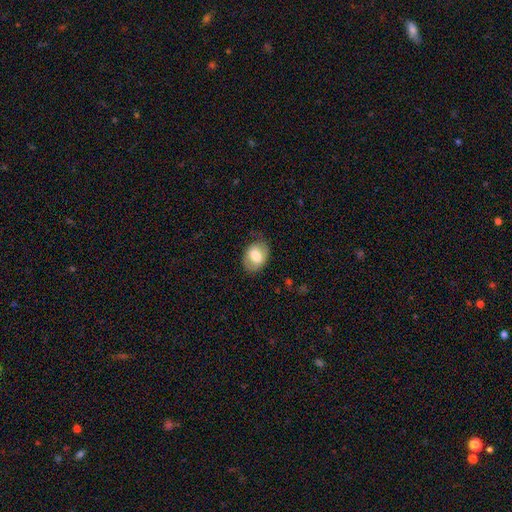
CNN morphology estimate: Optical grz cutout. It shows a smooth galaxy with no disk features (72%) that is in between round and cigar-shaped (72%). Merging: none (73%).